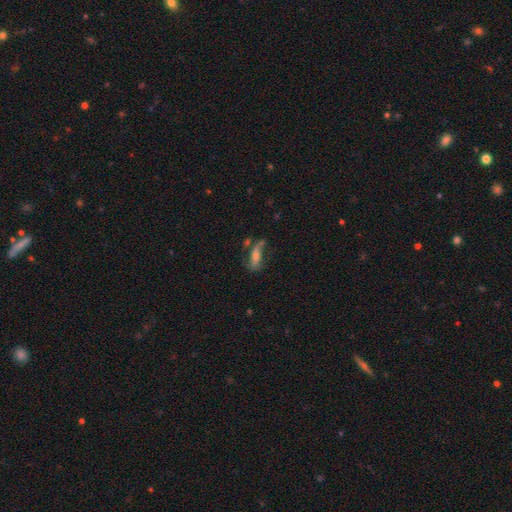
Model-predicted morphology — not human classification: featured or disk 59%, smooth 29%, star or artifact 12%. Down the decision tree: edge-on disk — no (72%); merging — none (47%).